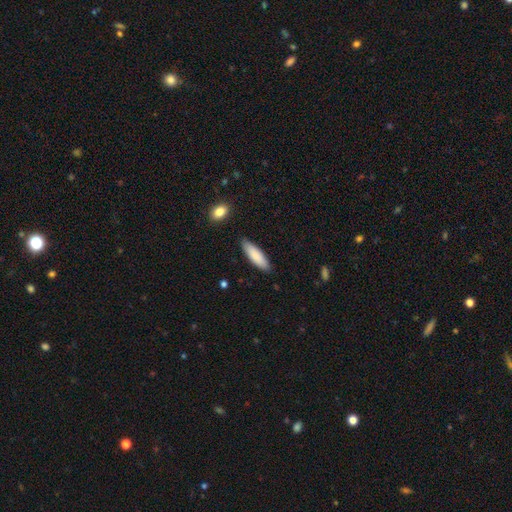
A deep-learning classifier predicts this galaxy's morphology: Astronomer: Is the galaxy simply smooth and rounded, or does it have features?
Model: smooth — 86%.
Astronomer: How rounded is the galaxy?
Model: cigar-shaped — 56% (runner-up: in between, 43%).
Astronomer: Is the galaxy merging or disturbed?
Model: none — 87%.